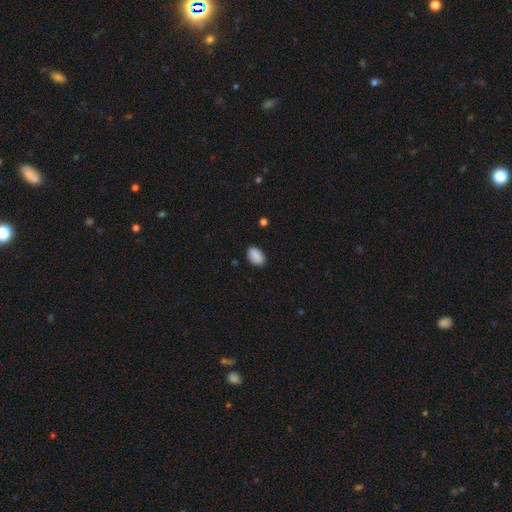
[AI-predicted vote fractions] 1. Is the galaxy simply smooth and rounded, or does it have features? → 90% smooth, 7% star or artifact, 3% featured or disk.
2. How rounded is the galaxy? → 89% in between, 10% round, 1% cigar-shaped.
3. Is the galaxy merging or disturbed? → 86% none, 10% minor disturbance, 2% major disturbance, 1% merger.